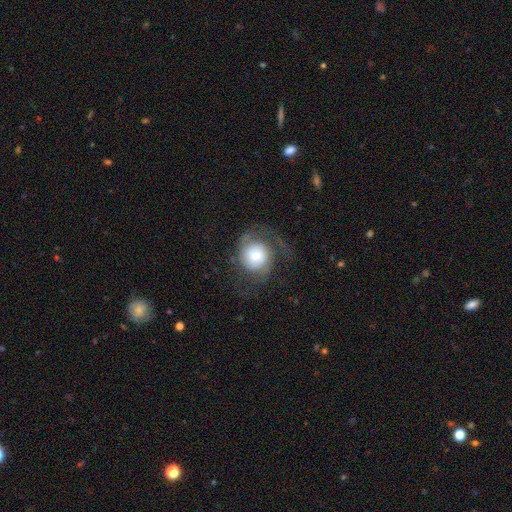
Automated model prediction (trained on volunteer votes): smooth_or_featured: featured or disk (p=0.63) [alt: smooth p=0.29]
disk_edge_on: no (p=0.97) [alt: yes p=0.03]
bar: no (p=0.69) [alt: weak p=0.25]
has_spiral_arms: yes (p=0.87) [alt: no p=0.13]
spiral_winding: medium (p=0.42) [alt: tight p=0.30]
spiral_arm_count: 2 (p=0.65) [alt: can't tell p=0.14]
bulge_size: moderate (p=0.46) [alt: small p=0.33]
merging: none (p=0.55) [alt: major disturbance p=0.26]